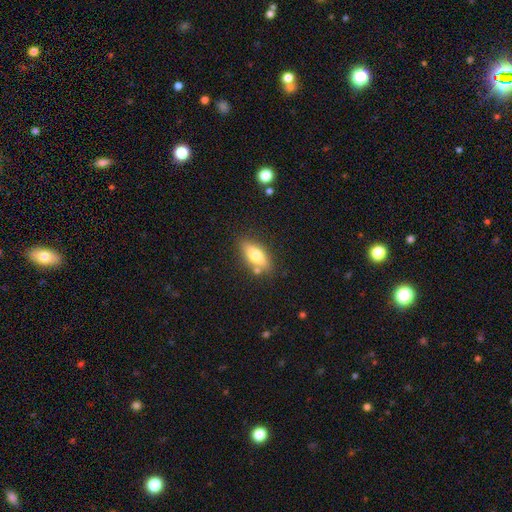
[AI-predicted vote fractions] smooth 68%, featured or disk 25%, star or artifact 7%. Down the decision tree: how rounded — in between (74%); merging — none (76%).